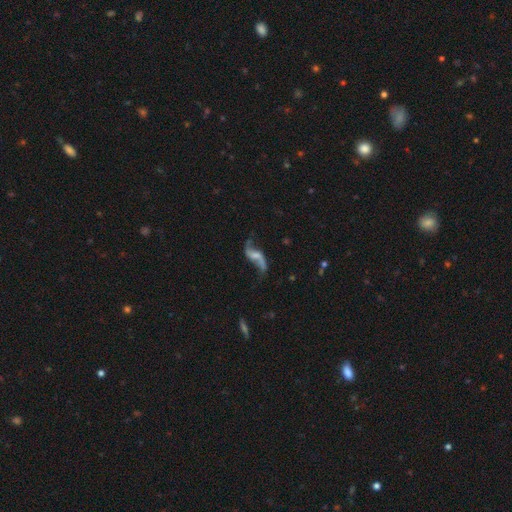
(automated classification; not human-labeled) The model was most divided on "bar": weak: 42%, no: 39%, strong: 19%. Remaining: spiral arms — yes (94%); edge-on disk — no (94%); spiral winding — loose (92%); spiral arm count — 2 (92%); smooth or featured — featured or disk (83%); merging — none (64%); bulge size — none (41%).